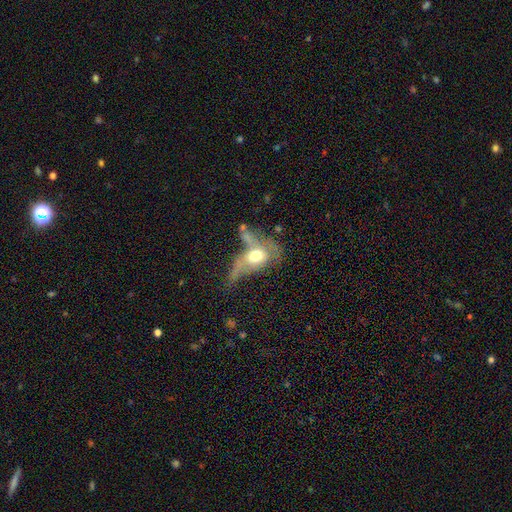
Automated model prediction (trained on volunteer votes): smooth 50%, featured or disk 41%, star or artifact 9%. Down the decision tree: merging — major disturbance (43%).